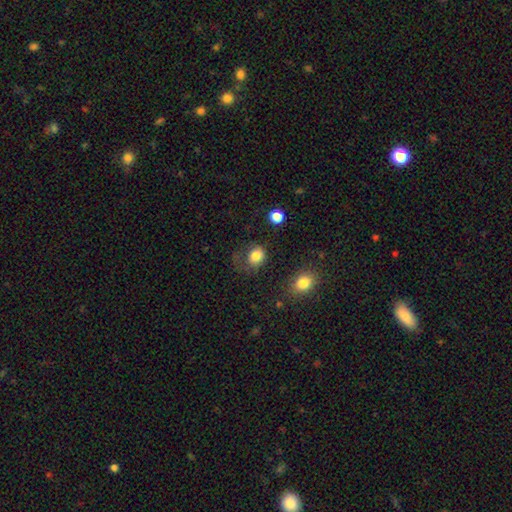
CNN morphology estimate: smooth_or_featured: smooth (p=0.82) [alt: star or artifact p=0.10]
how_rounded: round (p=0.61) [alt: in between p=0.39]
merging: none (p=0.49) [alt: minor disturbance p=0.26]